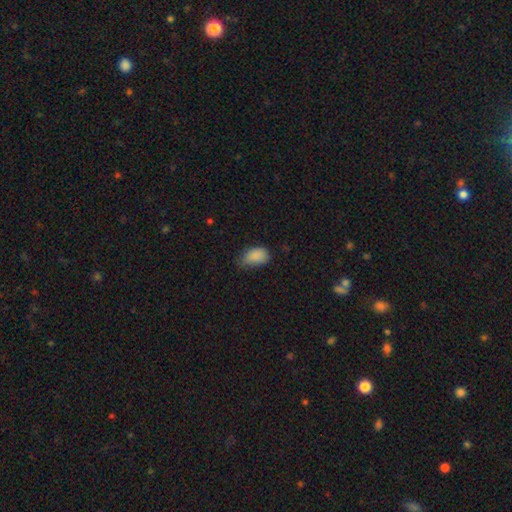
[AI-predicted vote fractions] A smooth galaxy with no disk features (86%) that is in between round and cigar-shaped (89%). Merging: none (45%).